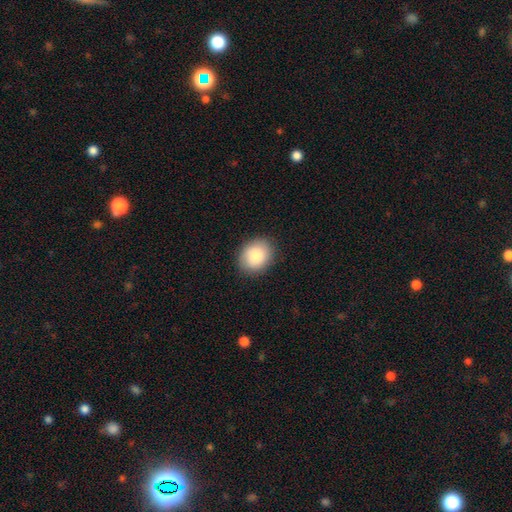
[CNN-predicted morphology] type=smooth (84%); roundness=round (52%); merging=none (87%).